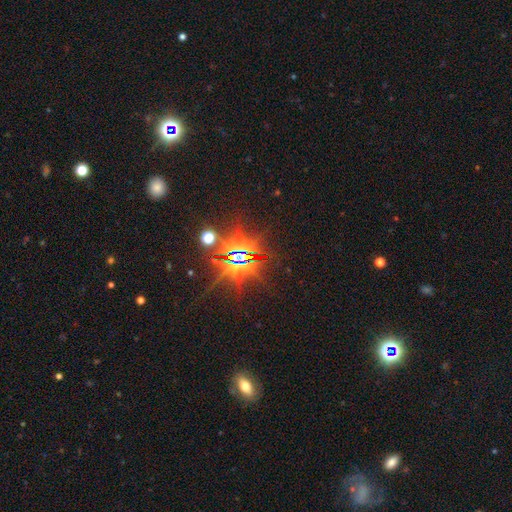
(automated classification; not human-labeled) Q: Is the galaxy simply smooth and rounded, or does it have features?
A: star or artifact — 84%.